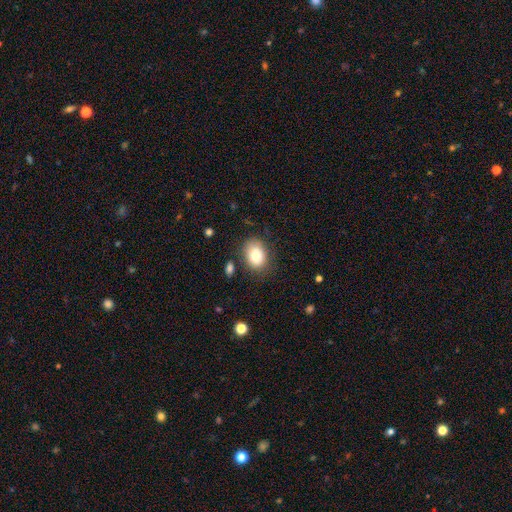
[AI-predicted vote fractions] Morphology: type=smooth (81%); roundness=in between (70%); merging=none (78%).